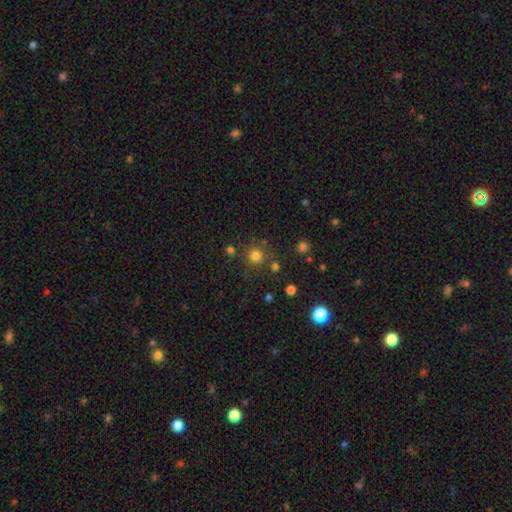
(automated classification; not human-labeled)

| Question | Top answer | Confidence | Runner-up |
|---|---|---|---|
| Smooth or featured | smooth | 78% | star or artifact (17%) |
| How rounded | round | 93% | in between (6%) |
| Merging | none | 79% | minor disturbance (9%) |